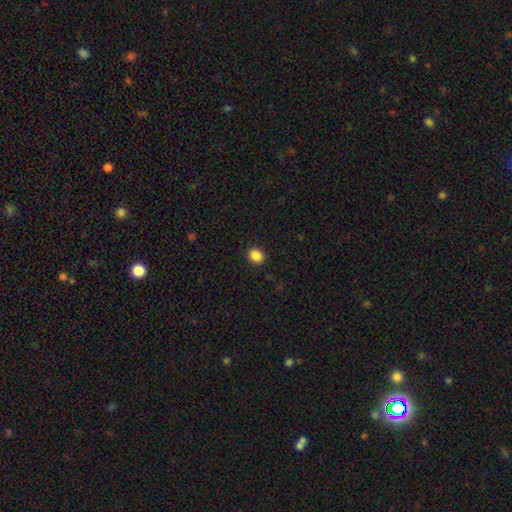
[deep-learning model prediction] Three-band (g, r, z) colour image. It shows a smooth galaxy with no disk features (87%) that is round (59%). Merging: none (91%).